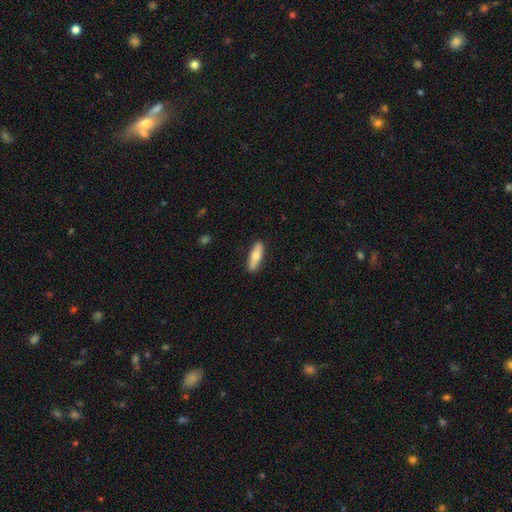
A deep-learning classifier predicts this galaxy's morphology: smooth 67%, featured or disk 28%, star or artifact 5%. Down the decision tree: how rounded — cigar-shaped (63%); merging — none (89%).